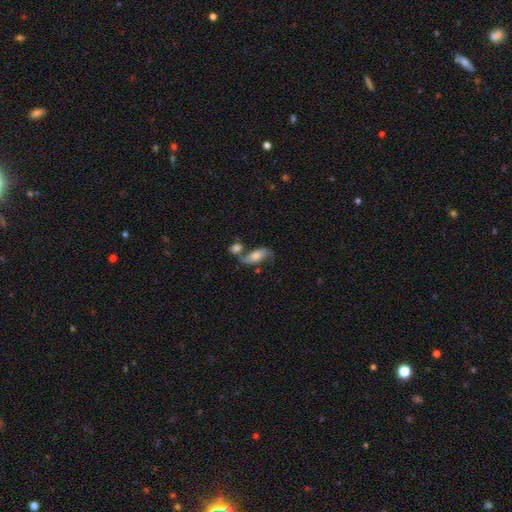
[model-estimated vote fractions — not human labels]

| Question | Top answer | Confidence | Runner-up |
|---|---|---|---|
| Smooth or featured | featured or disk | 51% | smooth (40%) |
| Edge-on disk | no | 85% | yes (15%) |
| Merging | none | 42% | merger (35%) |